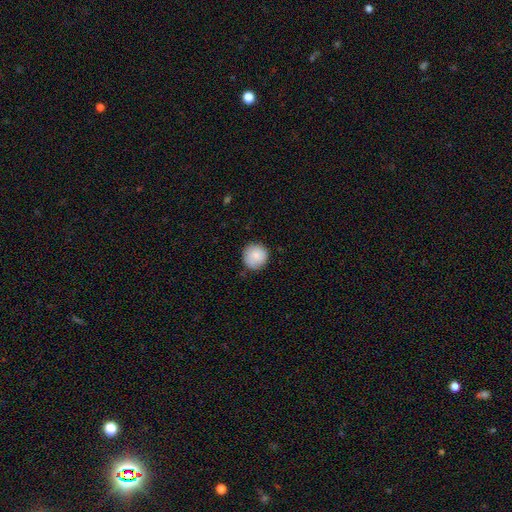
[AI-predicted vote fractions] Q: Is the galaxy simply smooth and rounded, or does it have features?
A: smooth — 83%.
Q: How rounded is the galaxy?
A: round — 93%.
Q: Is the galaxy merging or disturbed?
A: none — 83%.